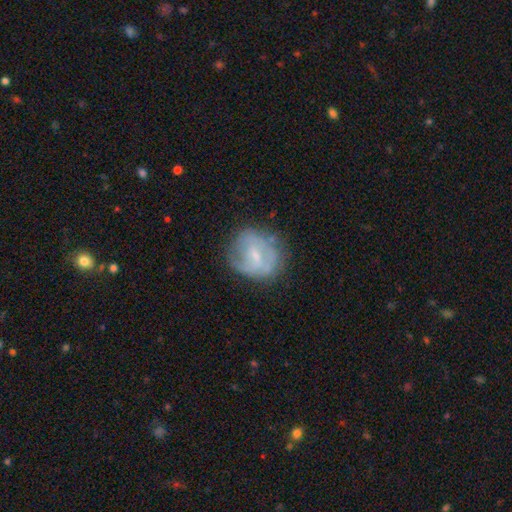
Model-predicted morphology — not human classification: featured or disk 61%, smooth 31%, star or artifact 8%. Down the decision tree: edge-on disk — no (97%); bar — weak (51%); spiral arms — yes (67%); bulge size — small (55%); merging — none (63%).